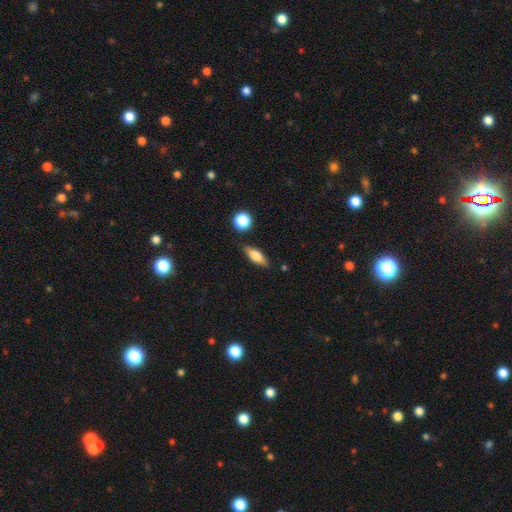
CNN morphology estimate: This is likely a smooth galaxy (69%). How rounded: likely in between (64%). Merging: clearly none (81%).